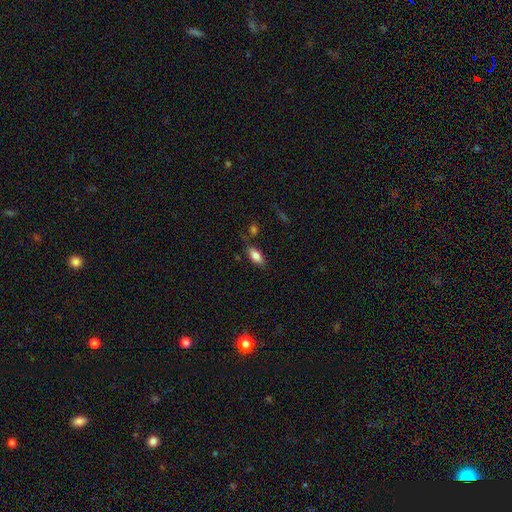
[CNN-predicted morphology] This appears to be a smooth galaxy with no disk features (82%) that is in between round and cigar-shaped (84%). Merging: none (77%).